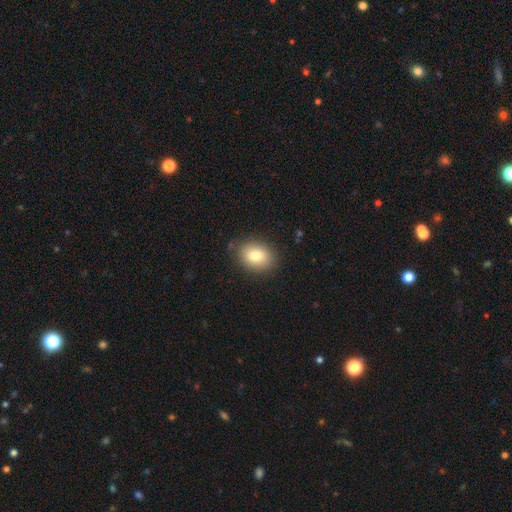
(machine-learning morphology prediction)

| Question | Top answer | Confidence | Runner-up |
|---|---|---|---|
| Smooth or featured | smooth | 81% | featured or disk (10%) |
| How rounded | in between | 65% | round (34%) |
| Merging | none | 84% | minor disturbance (11%) |